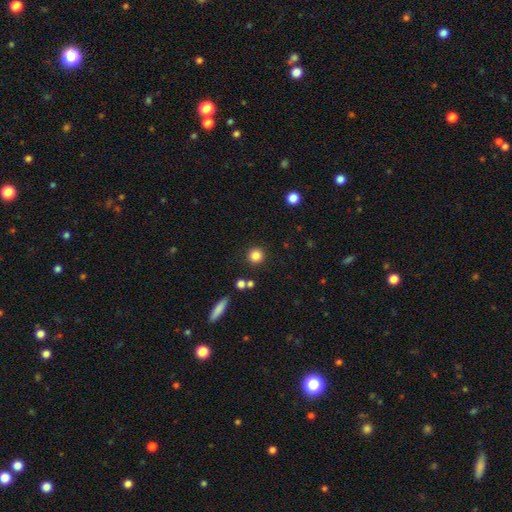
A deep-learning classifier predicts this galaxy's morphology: Smooth or featured: smooth — 84% (star or artifact — 11%)
How rounded: round — 94% (in between — 5%)
Merging: none — 88% (minor disturbance — 6%)